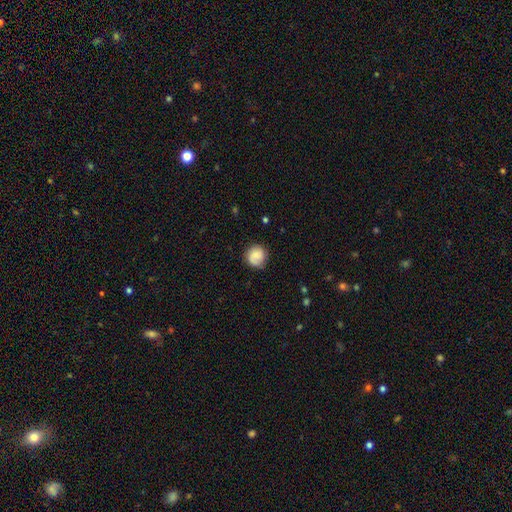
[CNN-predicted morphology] This is likely a smooth galaxy (74%). How rounded: clearly round (89%). Merging: likely none (75%).